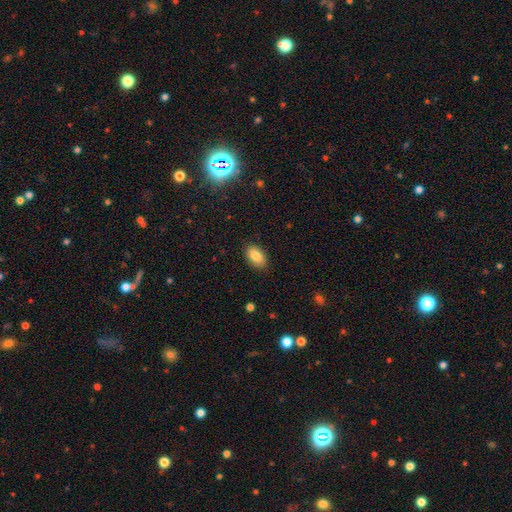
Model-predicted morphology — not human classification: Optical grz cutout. It shows a smooth galaxy with no disk features (84%) that is in between round and cigar-shaped (92%). Merging: none (87%).